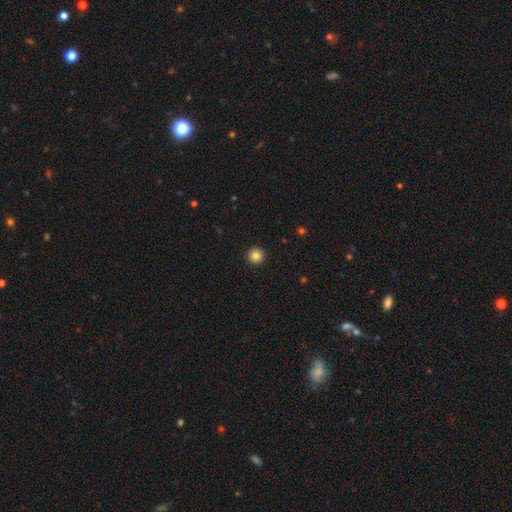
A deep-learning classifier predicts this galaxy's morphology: smooth 84%, star or artifact 11%, featured or disk 5%. Down the decision tree: how rounded — round (96%); merging — none (94%).